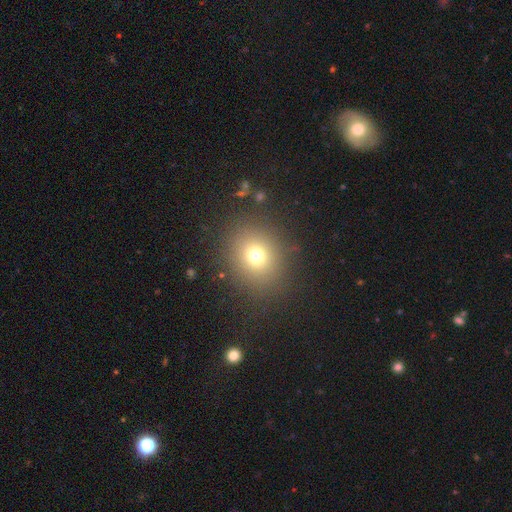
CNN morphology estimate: Smooth or featured? Predicted: smooth (p=0.72). How rounded? Predicted: round (p=0.75). Merging? Predicted: none (p=0.86).